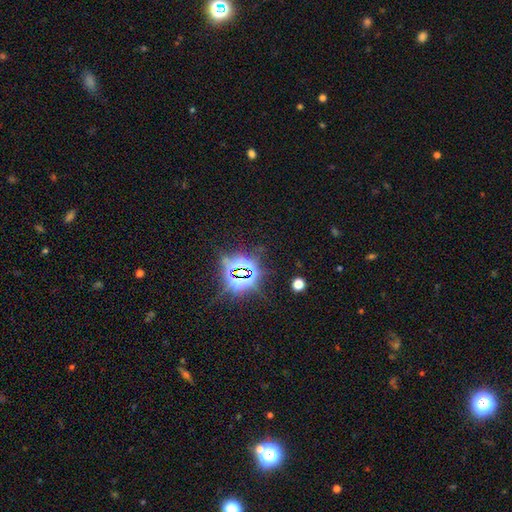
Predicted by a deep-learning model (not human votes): Morphology: type=star or artifact (84%).